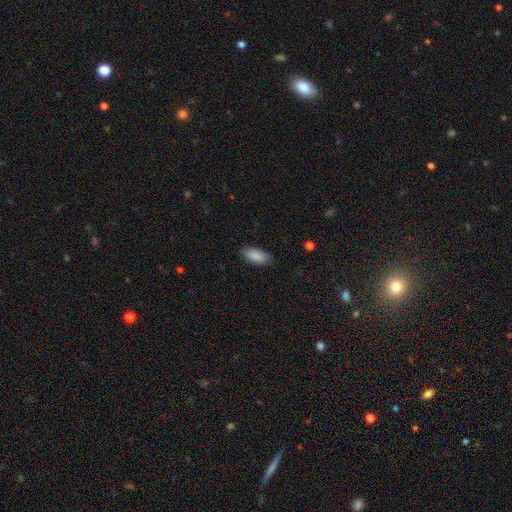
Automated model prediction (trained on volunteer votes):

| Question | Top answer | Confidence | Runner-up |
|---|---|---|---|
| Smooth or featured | smooth | 88% | star or artifact (6%) |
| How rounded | in between | 90% | cigar-shaped (8%) |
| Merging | none | 82% | minor disturbance (14%) |